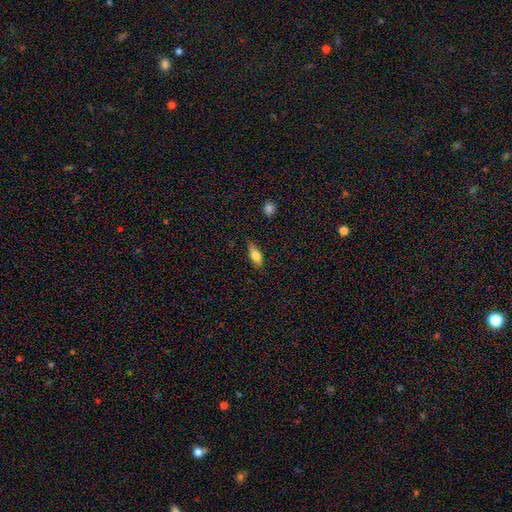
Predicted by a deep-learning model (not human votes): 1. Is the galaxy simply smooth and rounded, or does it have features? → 72% smooth, 21% featured or disk, 7% star or artifact.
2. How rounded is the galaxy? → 68% in between, 28% cigar-shaped, 3% round.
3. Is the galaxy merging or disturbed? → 78% none, 17% minor disturbance, 4% major disturbance, 2% merger.